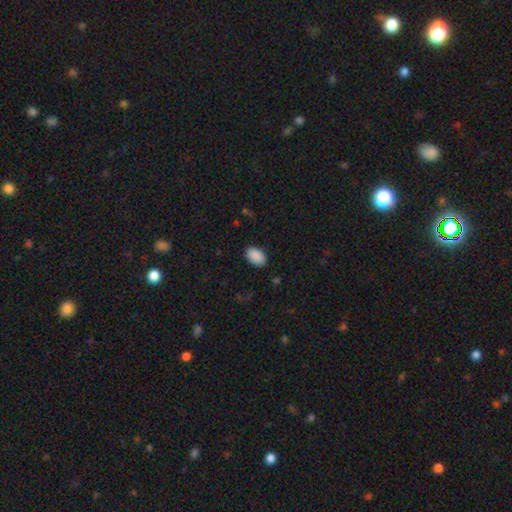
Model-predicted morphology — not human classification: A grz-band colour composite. It shows a smooth galaxy with no disk features (91%) that is in between round and cigar-shaped (90%). Merging: none (88%).